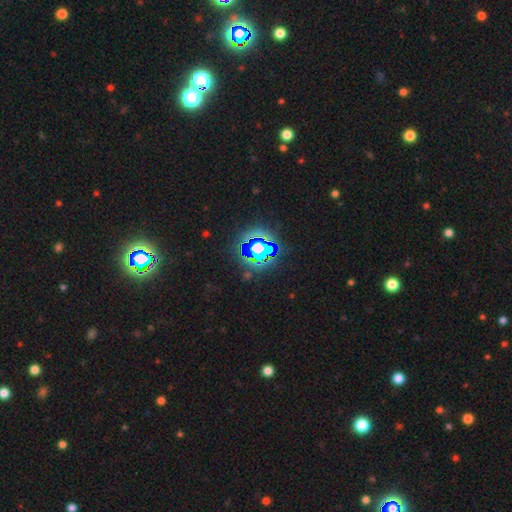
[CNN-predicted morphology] This is likely a star or artifact rather than a galaxy (80%).